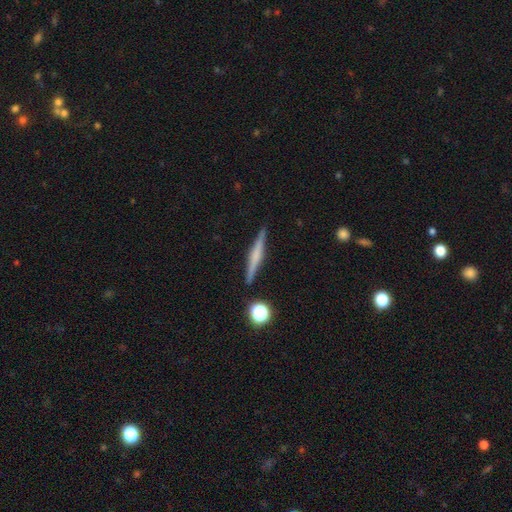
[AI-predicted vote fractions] This appears to be a featured or disk galaxy (58%) viewed edge-on (98%) with a rounded central bulge (47%). Merging: none (90%).